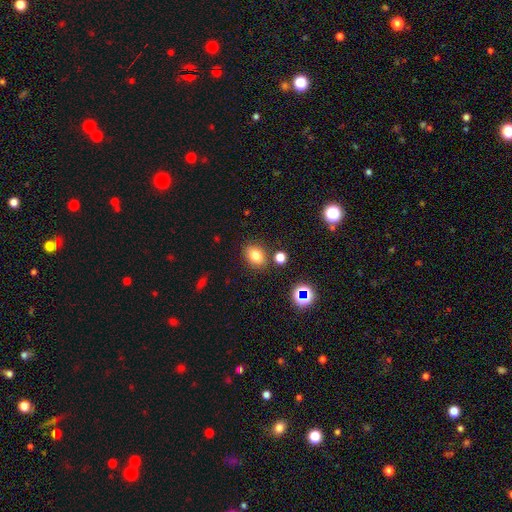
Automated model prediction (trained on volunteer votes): Smooth or featured? smooth (77%)
How rounded? in between (59%)
Merging? none (79%)